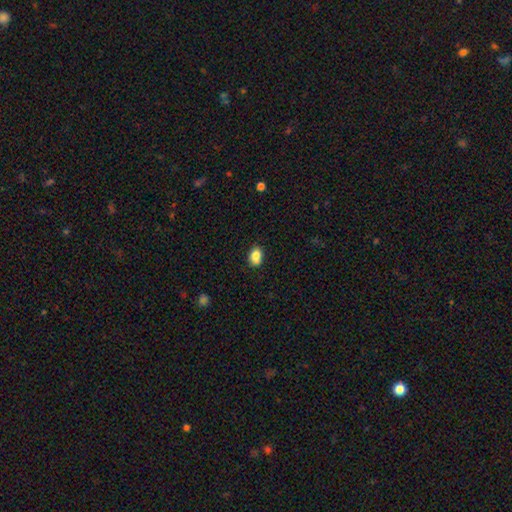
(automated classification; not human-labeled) The model was most divided on "how rounded": in between: 68%, round: 31%, cigar-shaped: 1%. More confident: smooth or featured — smooth (81%); merging — none (63%).